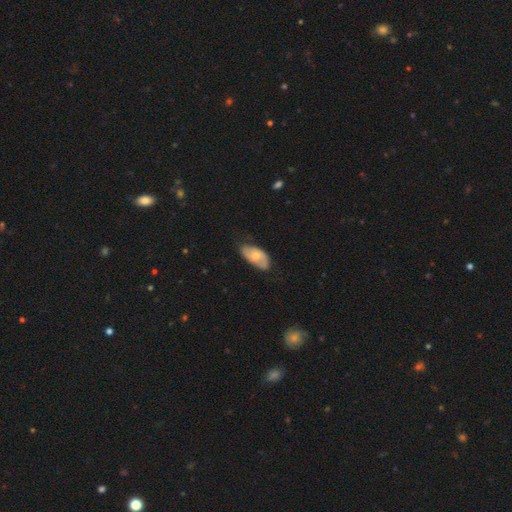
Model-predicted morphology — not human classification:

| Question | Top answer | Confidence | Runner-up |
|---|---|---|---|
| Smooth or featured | smooth | 51% | featured or disk (43%) |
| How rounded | in between | 92% | cigar-shaped (4%) |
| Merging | none | 65% | minor disturbance (28%) |